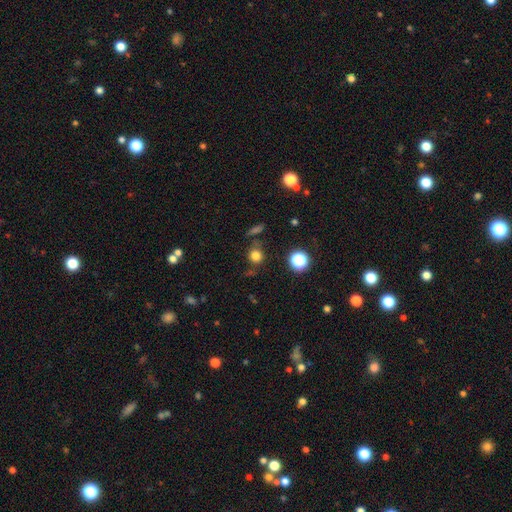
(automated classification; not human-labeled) Smooth or featured? smooth (76%)
How rounded? round (88%)
Merging? none (78%)